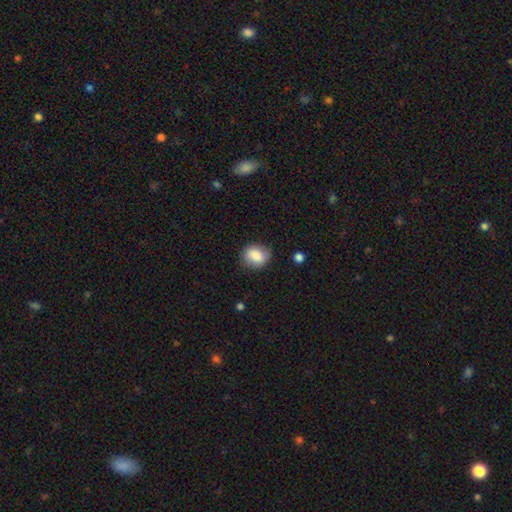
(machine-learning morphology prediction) This is clearly a smooth galaxy (81%). How rounded: possibly round (56%). Merging: likely none (78%).